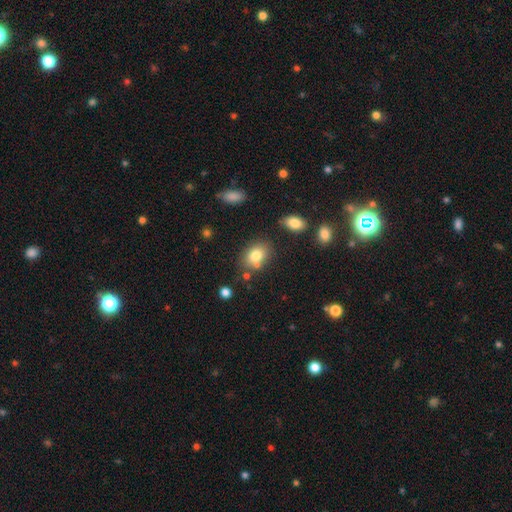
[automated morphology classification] smooth-or-featured: smooth: 78% | featured or disk: 12% | star or artifact: 10%
  how-rounded: in between: 70% | round: 29% | cigar-shaped: 1%
  merging: none: 66% | minor disturbance: 15% | merger: 15% | major disturbance: 4%